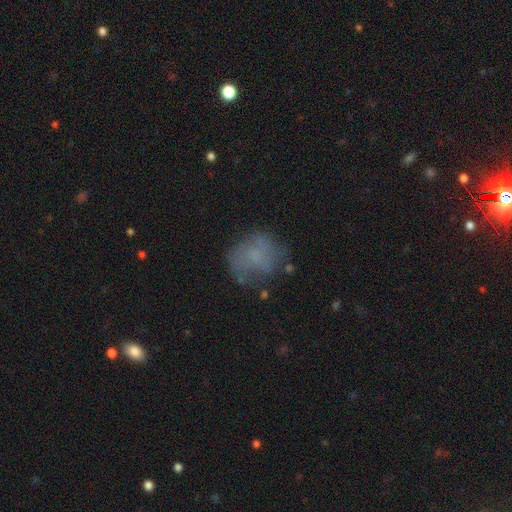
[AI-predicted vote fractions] Smooth or featured? smooth (54%)
How rounded? round (69%)
Merging? none (60%)